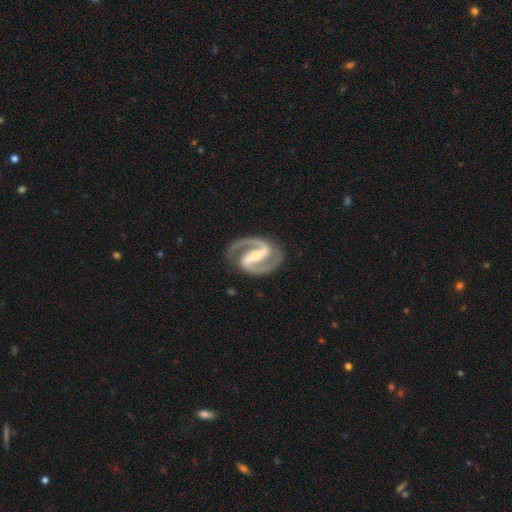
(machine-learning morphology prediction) Smooth or featured: featured or disk — 94% (star or artifact — 3%)
Edge-on disk: no — 98% (yes — 2%)
Bar: strong — 76% (weak — 17%)
Spiral arms: yes — 98% (no — 2%)
Spiral winding: medium — 60% (tight — 30%)
Spiral arm count: 2 — 95% (3 — 1%)
Bulge size: small — 57% (moderate — 37%)
Merging: none — 86% (minor disturbance — 10%)